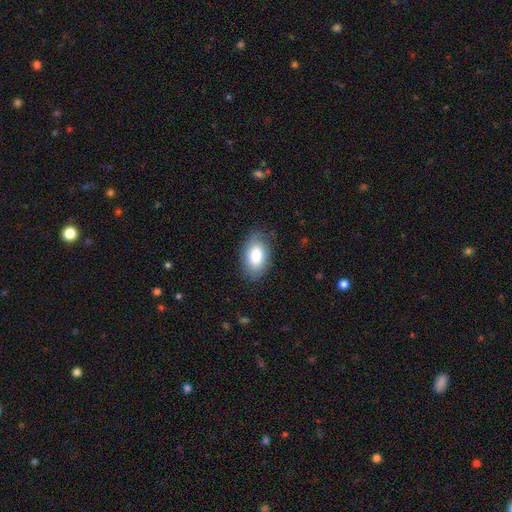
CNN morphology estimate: Smooth or featured?
  - smooth: 79% *
  - featured or disk: 14%
  - star or artifact: 6%
How rounded?
  - in between: 93% *
  - round: 6%
  - cigar-shaped: 1%
Merging?
  - none: 78% *
  - minor disturbance: 17%
  - major disturbance: 5%
  - merger: 1%